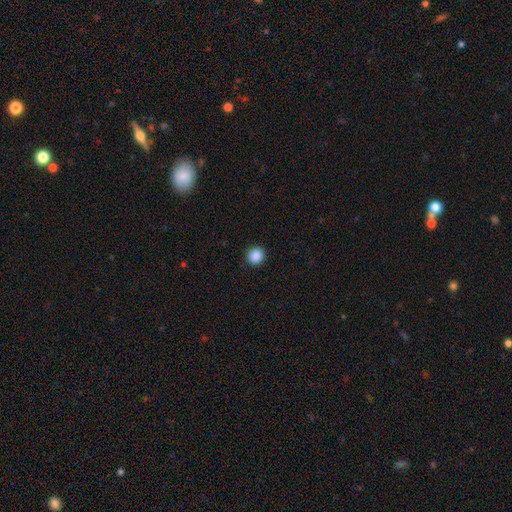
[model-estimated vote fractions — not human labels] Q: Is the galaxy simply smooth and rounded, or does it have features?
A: smooth — 88%.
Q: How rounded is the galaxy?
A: round — 91%.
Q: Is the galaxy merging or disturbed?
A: none — 92%.